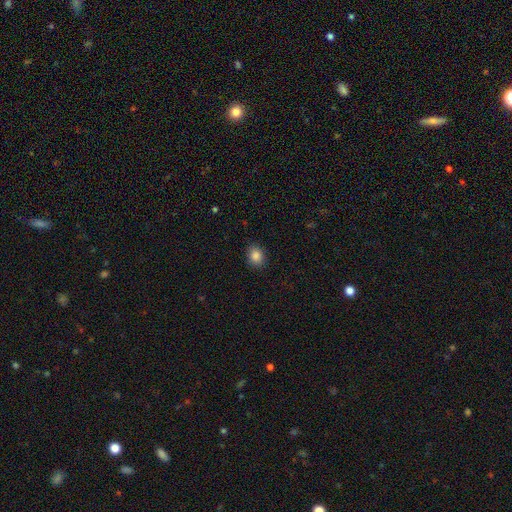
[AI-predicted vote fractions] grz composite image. It shows a smooth galaxy with no disk features (86%) that is in between round and cigar-shaped (51%). Merging: none (87%).